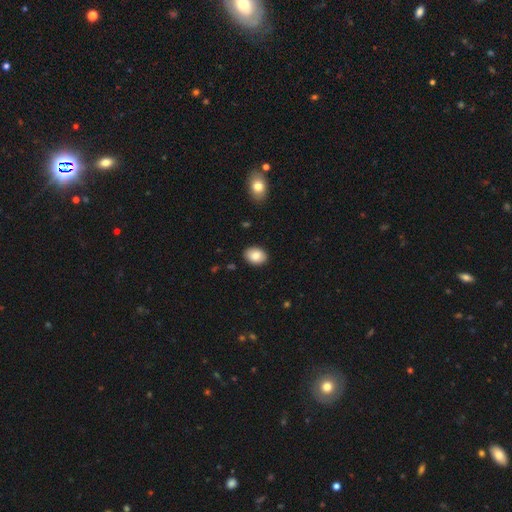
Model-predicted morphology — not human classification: Smooth or featured? Predicted: smooth (p=0.84). How rounded? Predicted: in between (p=0.74). Merging? Predicted: none (p=0.89).